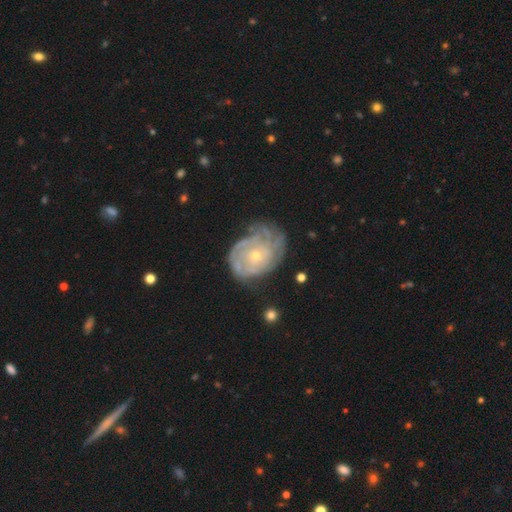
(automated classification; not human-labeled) Morphology: type=featured or disk (79%); edge-on=no (97%); bar=no (82%); spiral arms=yes (88%); winding=tight (68%); arm count=can't tell (49%); bulge=small (70%); merging=none (59%).